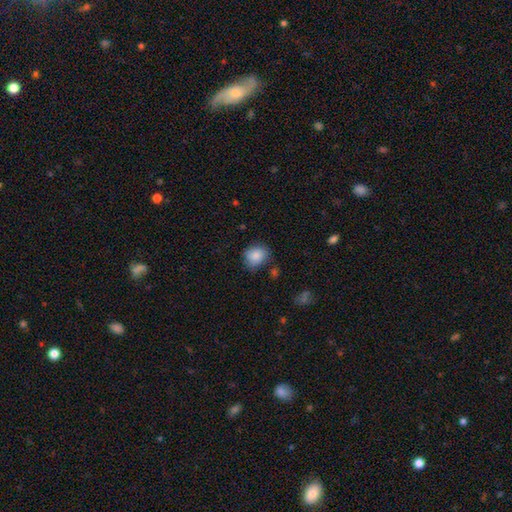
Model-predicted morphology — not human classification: Smooth or featured?
  - smooth: 86% *
  - star or artifact: 8%
  - featured or disk: 6%
How rounded?
  - round: 69% *
  - in between: 31%
  - cigar-shaped: 1%
Merging?
  - none: 73% *
  - minor disturbance: 20%
  - major disturbance: 4%
  - merger: 3%